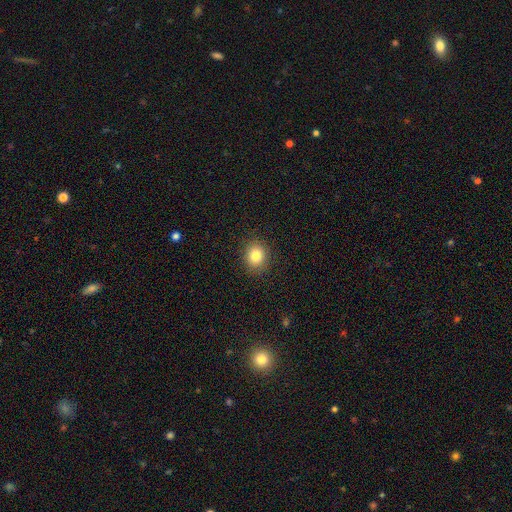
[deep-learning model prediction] Q: Smooth or featured?
A: smooth (83%); runner-up: star or artifact (11%)
Q: How rounded?
A: round (73%); runner-up: in between (26%)
Q: Merging?
A: none (89%); runner-up: minor disturbance (7%)